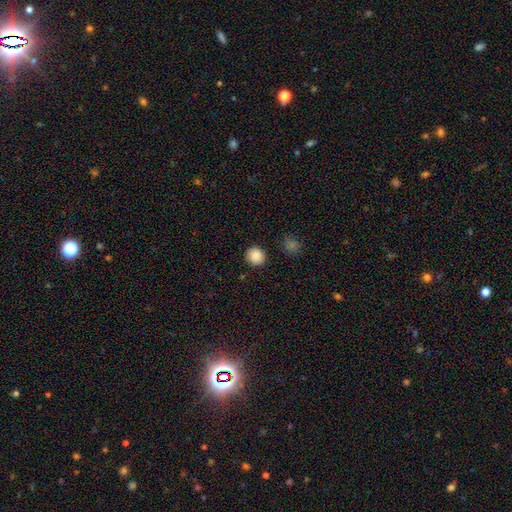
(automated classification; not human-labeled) This is clearly a smooth galaxy (88%). How rounded: clearly round (89%). Merging: clearly none (89%).